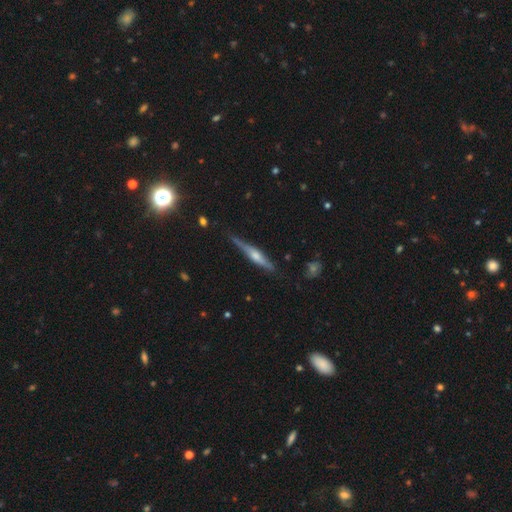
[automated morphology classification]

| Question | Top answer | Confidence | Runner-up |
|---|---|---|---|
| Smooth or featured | featured or disk | 64% | smooth (30%) |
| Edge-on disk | yes | 95% | no (5%) |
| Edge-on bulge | rounded | 73% | boxy (18%) |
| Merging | none | 72% | minor disturbance (21%) |